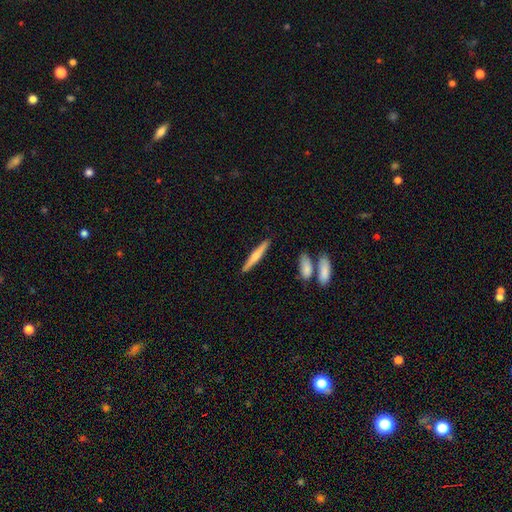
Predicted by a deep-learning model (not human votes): Smooth or featured?
  - smooth: 52% *
  - featured or disk: 43%
  - star or artifact: 5%
How rounded?
  - cigar-shaped: 92% *
  - in between: 6%
  - round: 2%
Merging?
  - none: 87% *
  - minor disturbance: 7%
  - merger: 4%
  - major disturbance: 2%